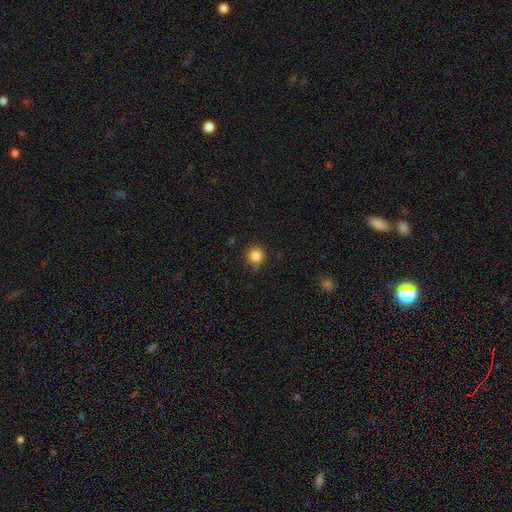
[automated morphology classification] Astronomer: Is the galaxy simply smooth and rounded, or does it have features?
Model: smooth — 85%.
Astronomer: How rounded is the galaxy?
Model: round — 95%.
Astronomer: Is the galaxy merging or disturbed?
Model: none — 85%.